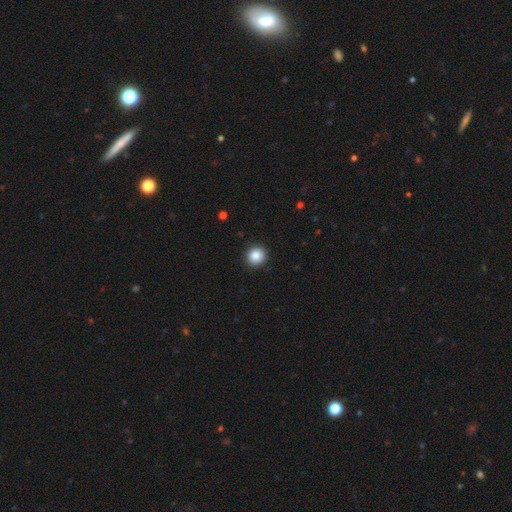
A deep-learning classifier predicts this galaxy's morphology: Smooth or featured? smooth (86%)
How rounded? round (90%)
Merging? none (92%)